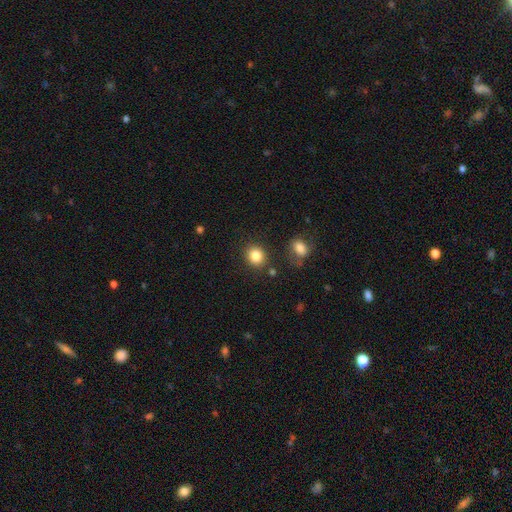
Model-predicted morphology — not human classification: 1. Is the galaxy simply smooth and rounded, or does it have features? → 84% smooth, 10% star or artifact, 5% featured or disk.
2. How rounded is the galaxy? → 79% round, 20% in between, 1% cigar-shaped.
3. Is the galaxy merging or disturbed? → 84% none, 8% minor disturbance, 5% merger, 3% major disturbance.